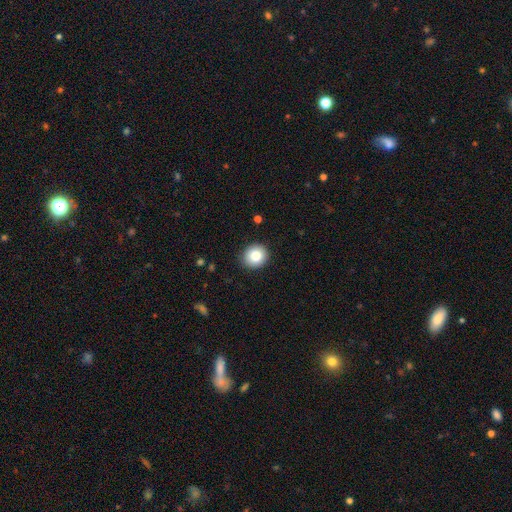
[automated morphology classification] The model was most divided on "how rounded": round: 86%, in between: 13%, cigar-shaped: 1%. More confident: merging — none (91%); smooth or featured — smooth (83%).